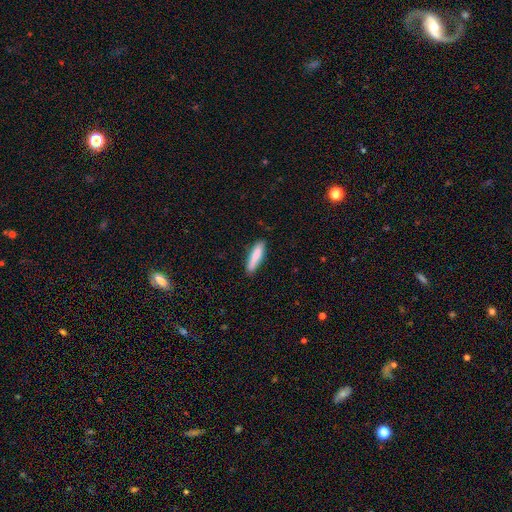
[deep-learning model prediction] smooth 82%, featured or disk 12%, star or artifact 6%. Down the decision tree: how rounded — cigar-shaped (76%); merging — none (84%).